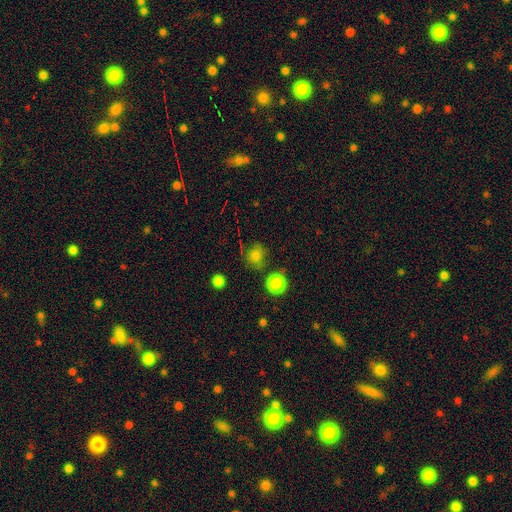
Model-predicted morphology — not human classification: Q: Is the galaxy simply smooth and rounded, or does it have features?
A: smooth — 77%.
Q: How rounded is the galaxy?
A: round — 82%.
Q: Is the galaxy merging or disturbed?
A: none — 73%.